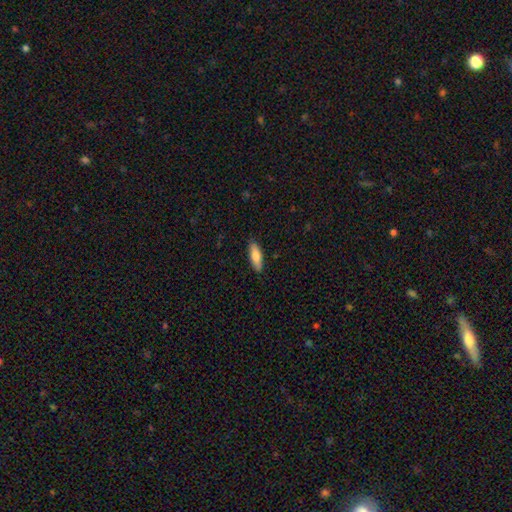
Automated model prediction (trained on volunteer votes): This appears to be a smooth galaxy with no disk features (79%) that is in between round and cigar-shaped (57%). Merging: none (87%).